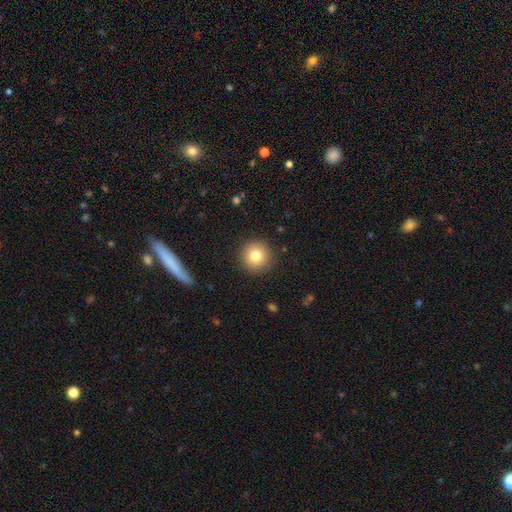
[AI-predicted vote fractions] Morphology: type=smooth (81%); roundness=round (95%); merging=none (90%).